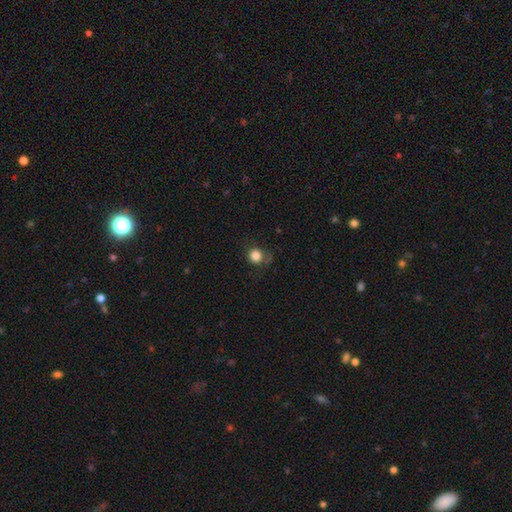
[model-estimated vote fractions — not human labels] smooth 84%, star or artifact 11%, featured or disk 5%. Down the decision tree: how rounded — round (89%); merging — none (73%).